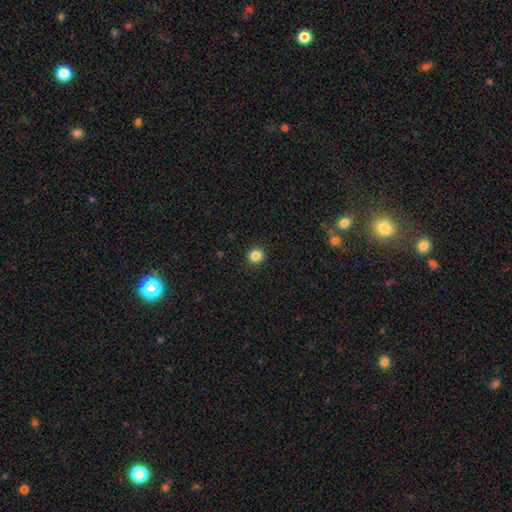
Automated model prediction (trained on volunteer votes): Smooth or featured? smooth (85%)
How rounded? round (86%)
Merging? none (92%)